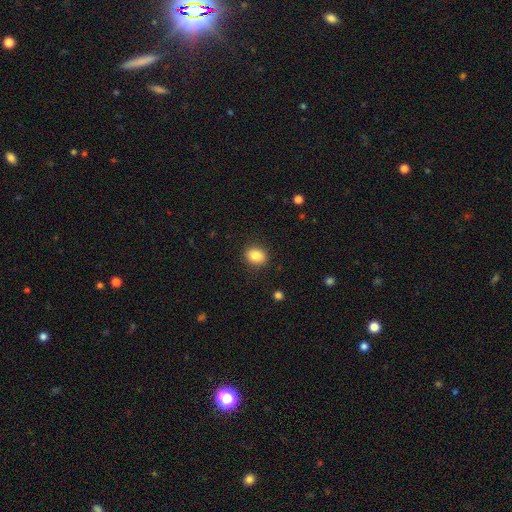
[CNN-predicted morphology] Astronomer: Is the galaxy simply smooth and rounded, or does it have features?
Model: smooth — 86%.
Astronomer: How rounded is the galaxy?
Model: in between — 52% (runner-up: round, 47%).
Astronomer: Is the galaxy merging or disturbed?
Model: none — 89%.